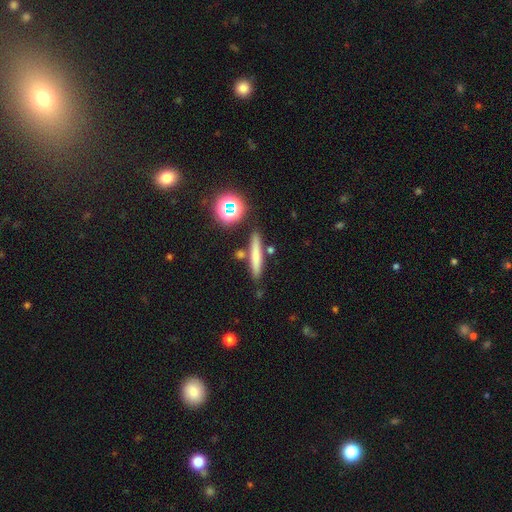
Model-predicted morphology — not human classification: smooth-or-featured: smooth: 68% | featured or disk: 21% | star or artifact: 12%
  how-rounded: cigar-shaped: 89% | in between: 7% | round: 4%
  merging: none: 81% | minor disturbance: 9% | merger: 7% | major disturbance: 3%